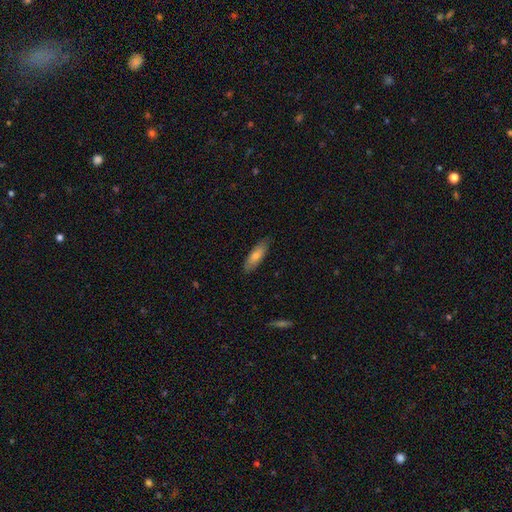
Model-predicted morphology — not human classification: This is likely a smooth galaxy (73%). How rounded: possibly in between (50%). Merging: clearly none (85%).